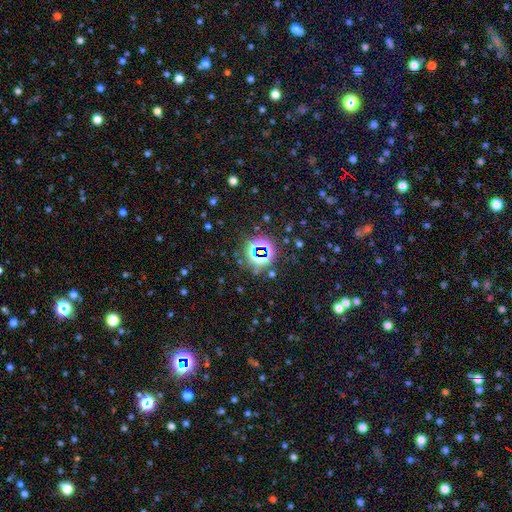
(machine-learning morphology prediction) Smooth or featured? star or artifact (79%)